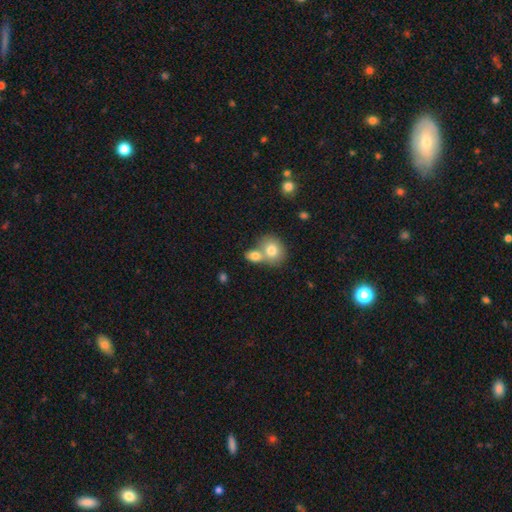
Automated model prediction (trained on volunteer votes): smooth 79%, featured or disk 13%, star or artifact 8%. Down the decision tree: how rounded — in between (61%); merging — merger (59%).